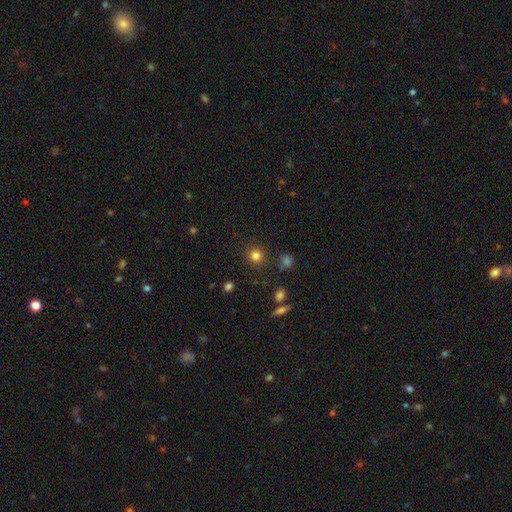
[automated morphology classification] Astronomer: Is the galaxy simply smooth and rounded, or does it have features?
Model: smooth — 81%.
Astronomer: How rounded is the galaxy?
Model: round — 91%.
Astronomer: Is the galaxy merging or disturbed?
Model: none — 87%.